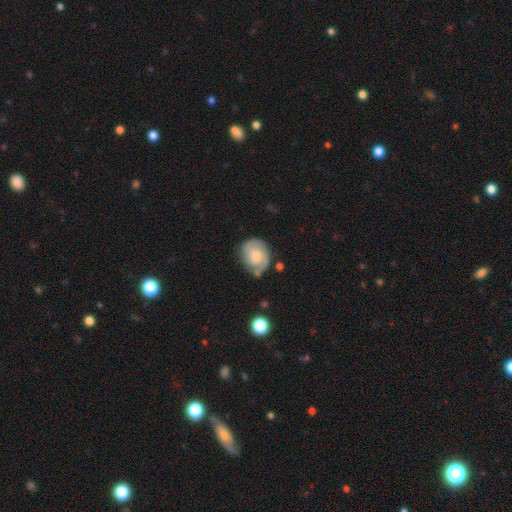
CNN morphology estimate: Smooth or featured: featured or disk — 49% (smooth — 44%)
Merging: none — 55% (minor disturbance — 29%)